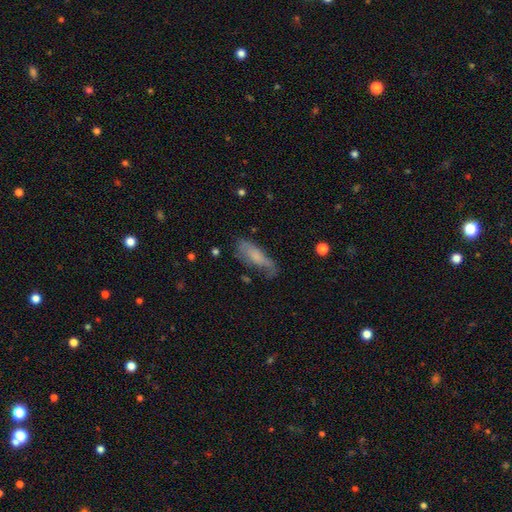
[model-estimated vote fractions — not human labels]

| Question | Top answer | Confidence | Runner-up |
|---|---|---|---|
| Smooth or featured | smooth | 60% | featured or disk (32%) |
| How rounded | in between | 59% | cigar-shaped (39%) |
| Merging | none | 42% | minor disturbance (32%) |